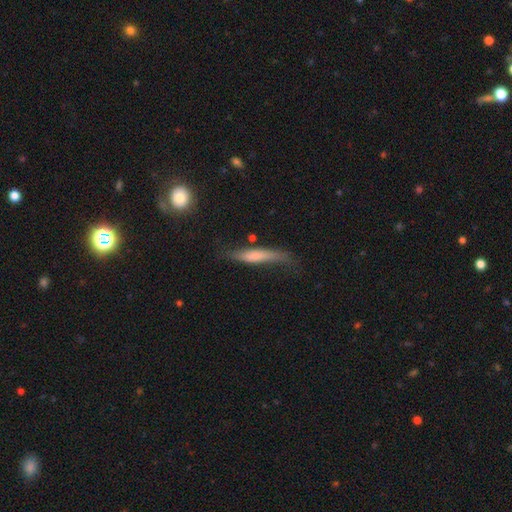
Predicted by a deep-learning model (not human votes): A smooth galaxy with no disk features (64%) that is cigar-shaped (86%).

Vote fractions:
- Smooth or featured? smooth: 64% / featured or disk: 29% / star or artifact: 7%
- How rounded? cigar-shaped: 86% / in between: 12% / round: 2%
- Merging? none: 48% / minor disturbance: 31% / major disturbance: 16% / merger: 5%